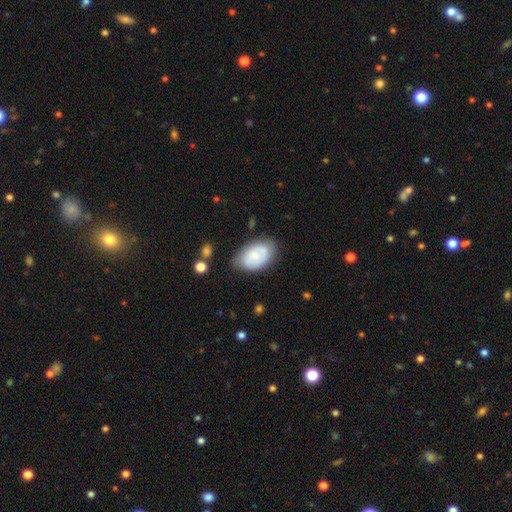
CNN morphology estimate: This appears to be a smooth galaxy with no disk features (58%) that is in between round and cigar-shaped (89%). Merging: none (63%).